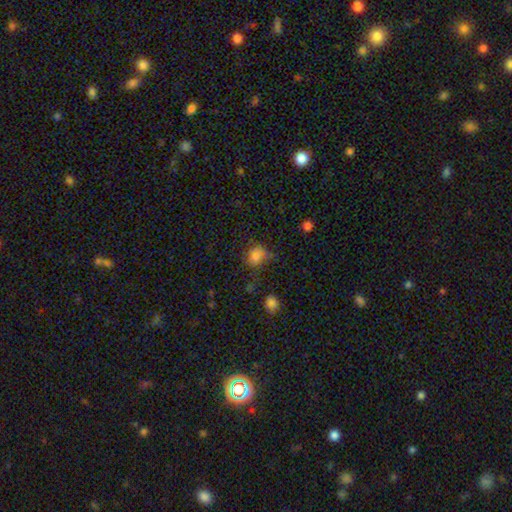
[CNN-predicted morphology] A smooth galaxy with no disk features (76%) that is round (56%).

Vote fractions:
- Smooth or featured? smooth: 76% / star or artifact: 15% / featured or disk: 9%
- How rounded? round: 56% / in between: 43% / cigar-shaped: 1%
- Merging? none: 51% / minor disturbance: 28% / major disturbance: 16% / merger: 5%